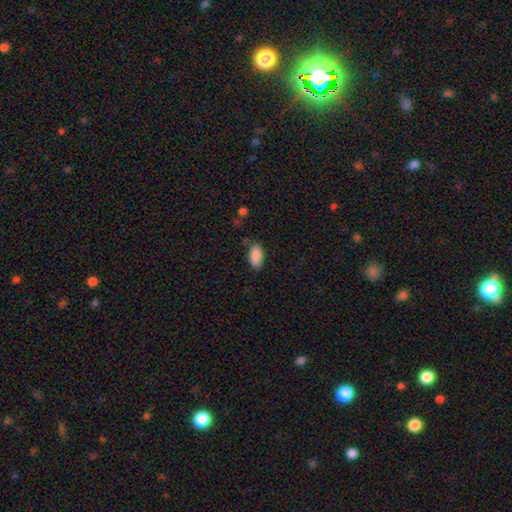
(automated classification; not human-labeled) A smooth galaxy with no disk features (89%) that is in between round and cigar-shaped (94%).

Vote fractions:
- Smooth or featured? smooth: 89% / star or artifact: 7% / featured or disk: 4%
- How rounded? in between: 94% / cigar-shaped: 3% / round: 3%
- Merging? none: 79% / minor disturbance: 15% / major disturbance: 3% / merger: 3%